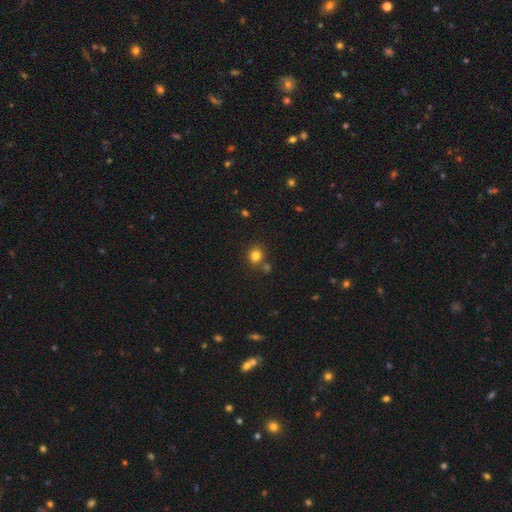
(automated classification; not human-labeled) smooth-or-featured: smooth: 81% | star or artifact: 13% | featured or disk: 6%
  how-rounded: round: 83% | in between: 16% | cigar-shaped: 1%
  merging: none: 74% | merger: 13% | minor disturbance: 10% | major disturbance: 3%